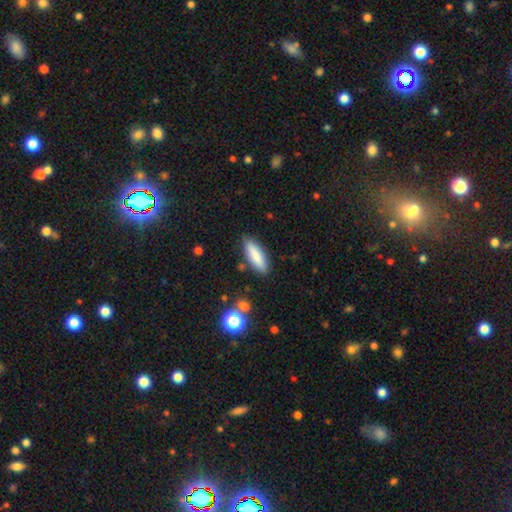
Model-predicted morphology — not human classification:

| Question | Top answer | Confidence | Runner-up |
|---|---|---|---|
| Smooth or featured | smooth | 82% | featured or disk (11%) |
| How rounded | cigar-shaped | 51% | in between (47%) |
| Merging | none | 82% | minor disturbance (13%) |